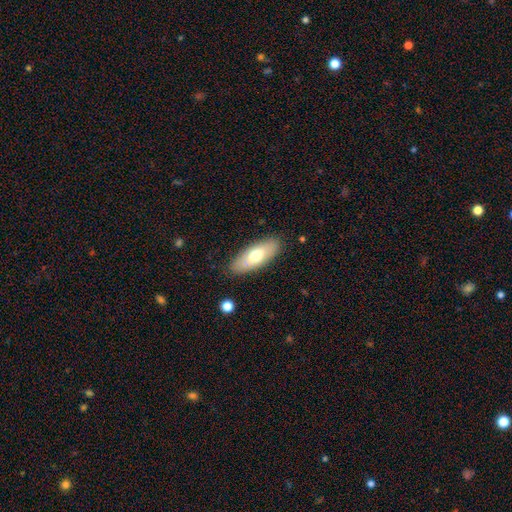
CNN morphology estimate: This is likely a smooth galaxy (68%). How rounded: likely in between (75%). Merging: clearly none (86%).